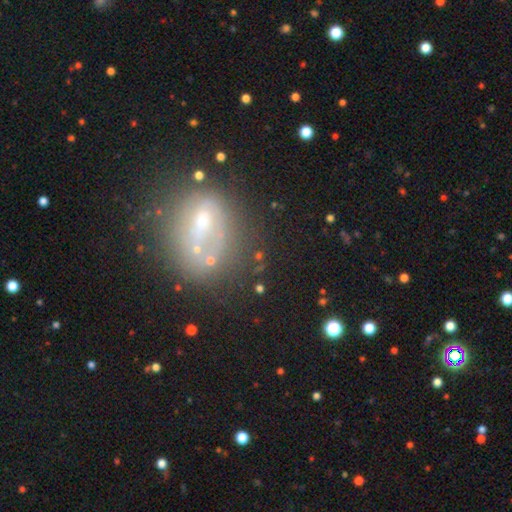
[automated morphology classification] The model was most divided on "smooth or featured" (2-way tie): smooth: 38%, featured or disk: 38%, star or artifact: 24%. Remaining: merging — none (45%).